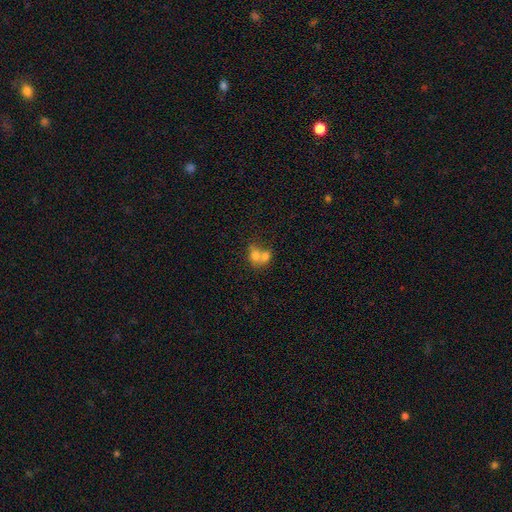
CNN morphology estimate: This is likely a smooth galaxy (69%). How rounded: possibly round (53%). Merging: likely merger (70%).